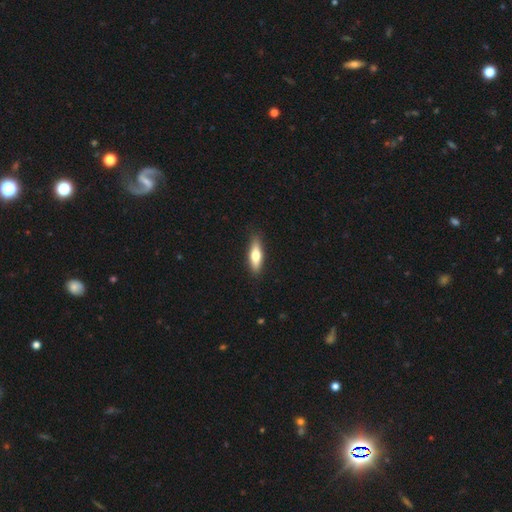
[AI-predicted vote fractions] Smooth or featured? Predicted: smooth (p=0.60). How rounded? Predicted: cigar-shaped (p=0.54). Merging? Predicted: none (p=0.88).